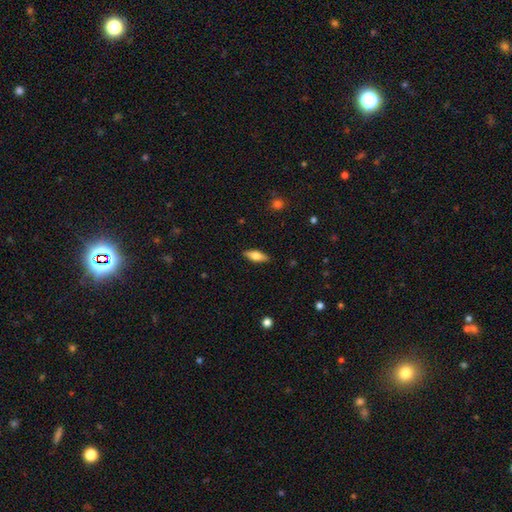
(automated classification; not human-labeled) A smooth galaxy with no disk features (62%) that is in between round and cigar-shaped (67%).

Vote fractions:
- Smooth or featured? smooth: 62% / featured or disk: 32% / star or artifact: 7%
- How rounded? in between: 67% / cigar-shaped: 30% / round: 3%
- Merging? none: 87% / minor disturbance: 10% / major disturbance: 2% / merger: 1%